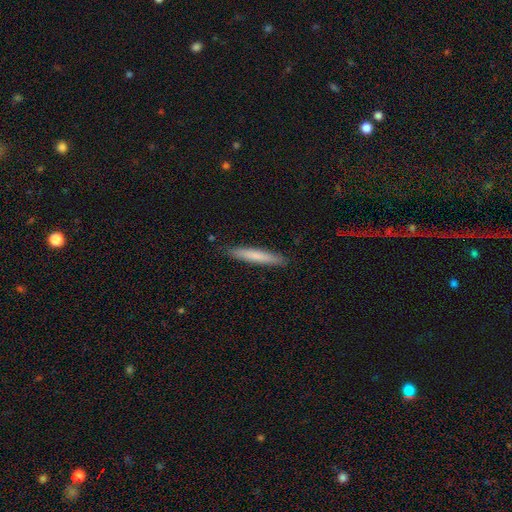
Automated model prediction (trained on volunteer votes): Smooth or featured? smooth (74%)
How rounded? cigar-shaped (94%)
Merging? none (90%)